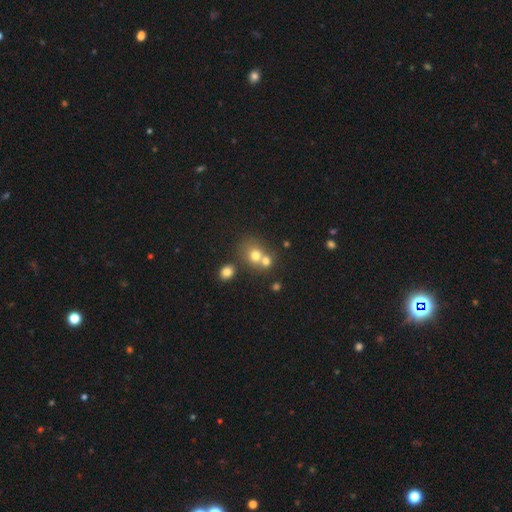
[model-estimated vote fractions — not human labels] A smooth galaxy with no disk features (70%) that is round (74%). Merging: merger (50%).